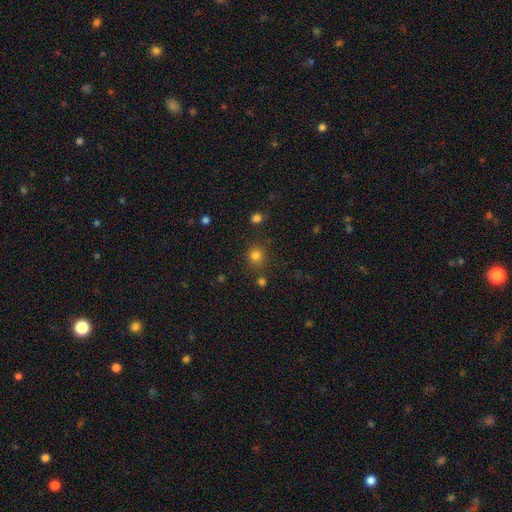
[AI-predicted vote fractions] Smooth or featured: smooth — 80% (star or artifact — 15%)
How rounded: round — 90% (in between — 9%)
Merging: none — 81% (minor disturbance — 9%)